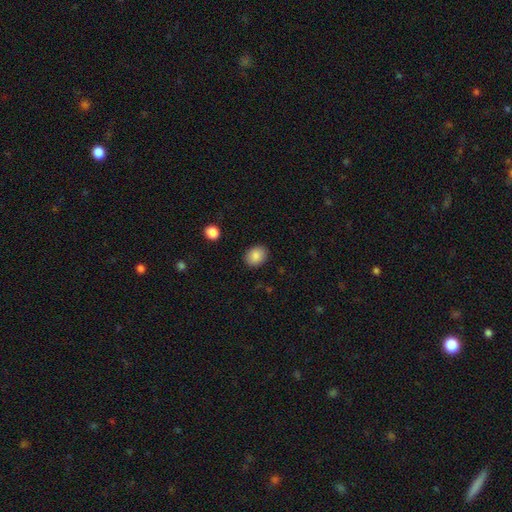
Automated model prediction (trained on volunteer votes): smooth 88%, star or artifact 8%, featured or disk 4%. Down the decision tree: how rounded — in between (59%); merging — none (88%).